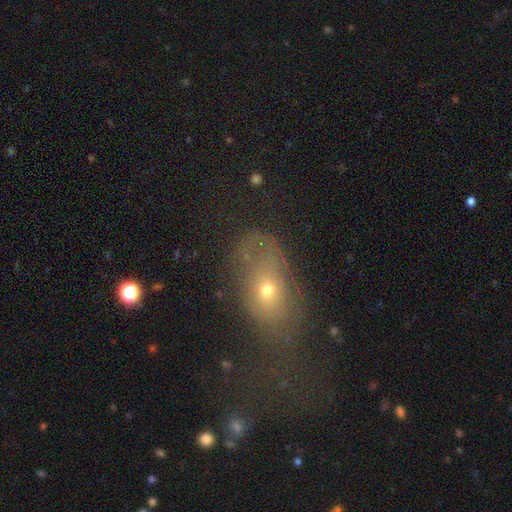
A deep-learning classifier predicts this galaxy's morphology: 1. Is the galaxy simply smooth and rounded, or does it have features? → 48% smooth, 32% featured or disk, 20% star or artifact.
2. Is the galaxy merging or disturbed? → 39% major disturbance, 33% none, 23% minor disturbance, 5% merger.